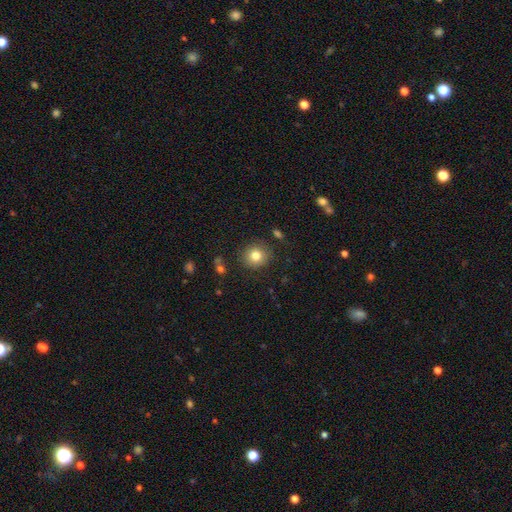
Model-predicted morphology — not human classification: This appears to be a smooth galaxy with no disk features (81%) that is round (89%). Merging: none (87%).